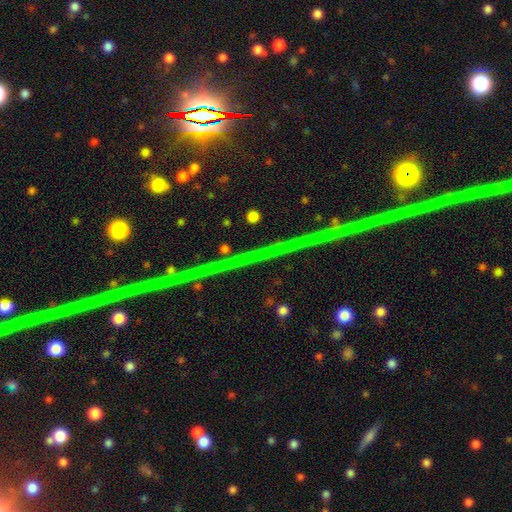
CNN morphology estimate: The model was most divided on "smooth or featured": star or artifact: 78%, featured or disk: 13%, smooth: 8%.